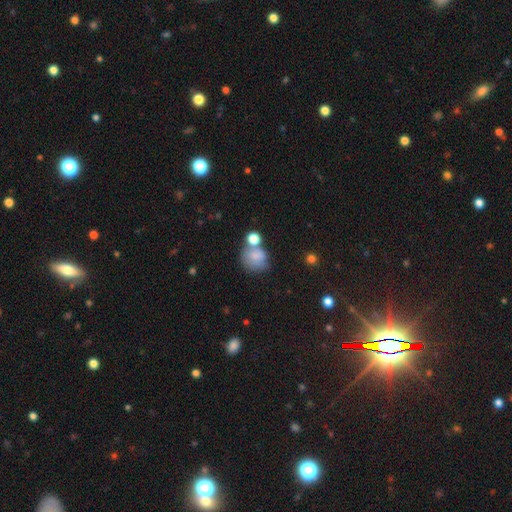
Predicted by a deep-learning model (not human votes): This appears to be a smooth galaxy with no disk features (76%) that is round (72%). Merging: none (43%).